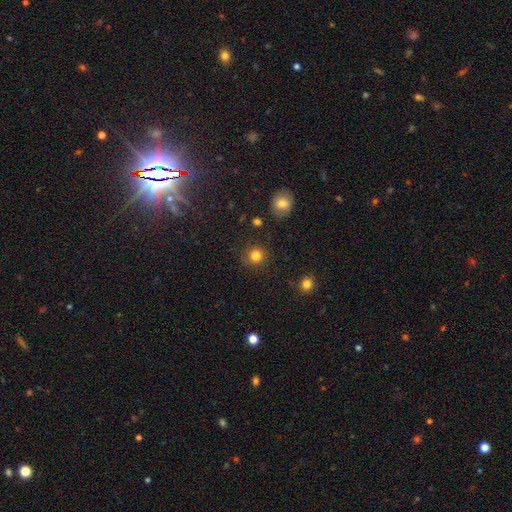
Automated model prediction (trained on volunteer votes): A smooth galaxy with no disk features (84%) that is round (93%).

Vote fractions:
- Smooth or featured? smooth: 84% / star or artifact: 12% / featured or disk: 4%
- How rounded? round: 93% / in between: 6% / cigar-shaped: 1%
- Merging? none: 88% / minor disturbance: 7% / major disturbance: 3% / merger: 2%